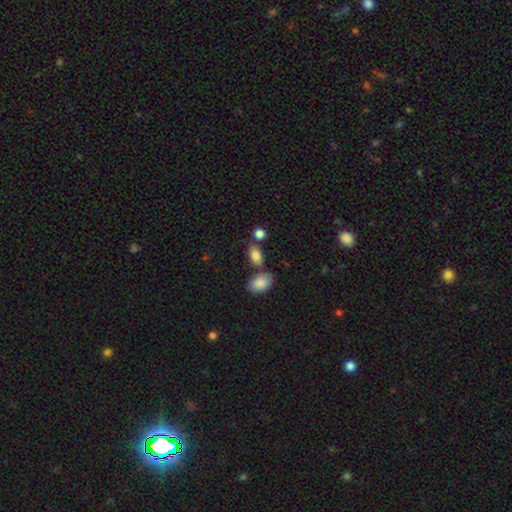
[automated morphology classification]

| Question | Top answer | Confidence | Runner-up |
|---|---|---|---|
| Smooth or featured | smooth | 85% | star or artifact (9%) |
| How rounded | in between | 86% | round (12%) |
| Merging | none | 65% | merger (17%) |